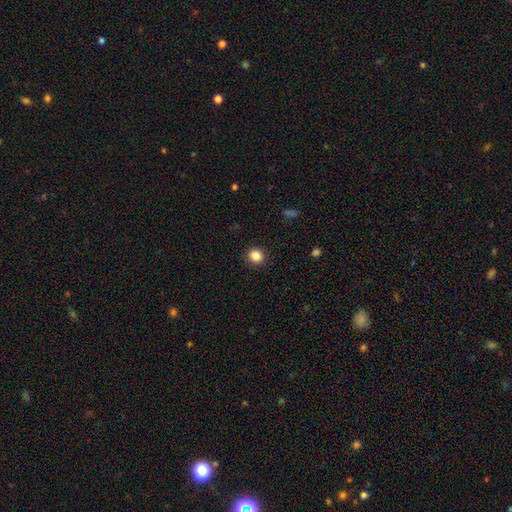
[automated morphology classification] smooth_or_featured: smooth (p=0.86) [alt: star or artifact p=0.11]
how_rounded: round (p=0.88) [alt: in between p=0.11]
merging: none (p=0.92) [alt: minor disturbance p=0.05]